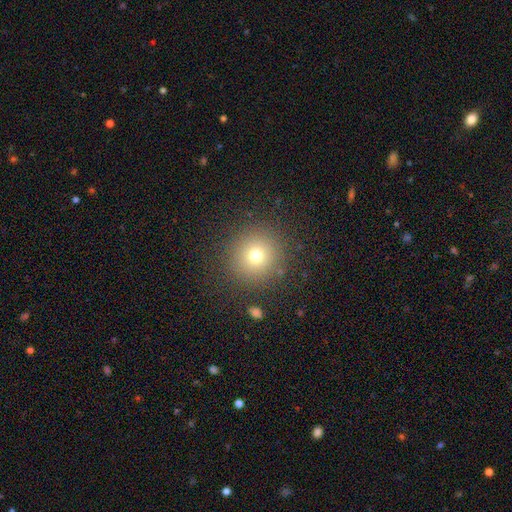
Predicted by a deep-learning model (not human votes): Q: Smooth or featured?
A: smooth (72%); runner-up: star or artifact (16%)
Q: How rounded?
A: round (95%); runner-up: in between (5%)
Q: Merging?
A: none (88%); runner-up: minor disturbance (7%)